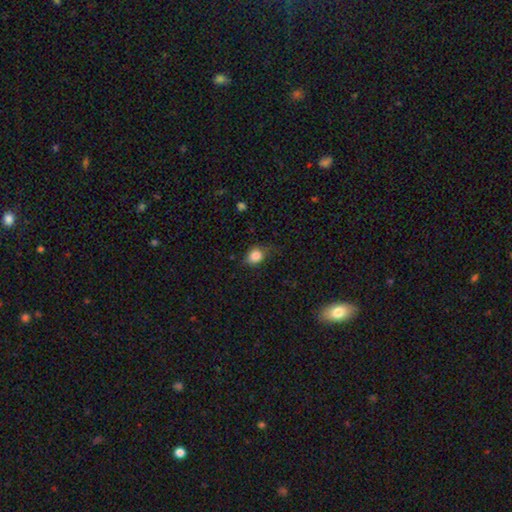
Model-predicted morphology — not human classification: Smooth or featured? Predicted: smooth (p=0.84). How rounded? Predicted: round (p=0.53). Merging? Predicted: none (p=0.67).